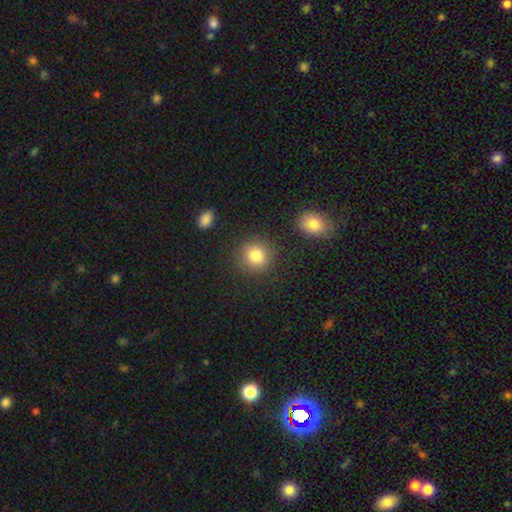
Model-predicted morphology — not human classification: Overall: smooth (82%). How rounded: round (87%). Merging: none (86%).